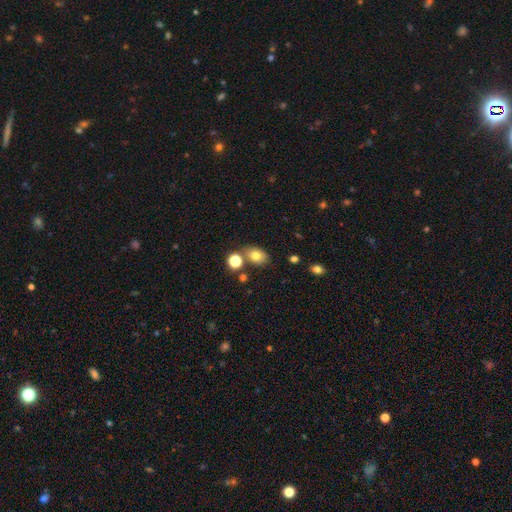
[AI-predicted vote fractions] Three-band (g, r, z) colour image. It shows a smooth galaxy with no disk features (76%) that is in between round and cigar-shaped (69%). Merging: none (70%).